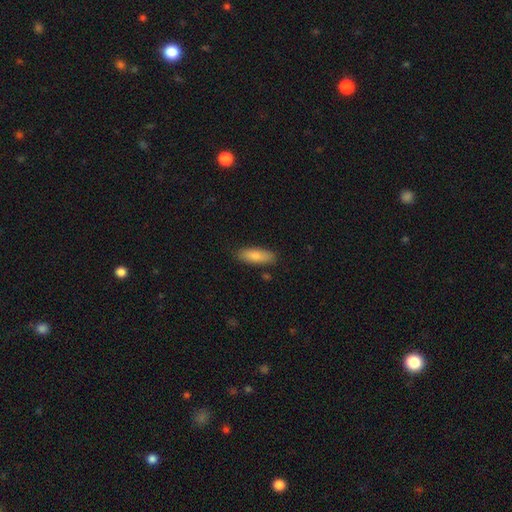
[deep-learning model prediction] Smooth or featured? smooth (81%)
How rounded? in between (63%)
Merging? none (85%)